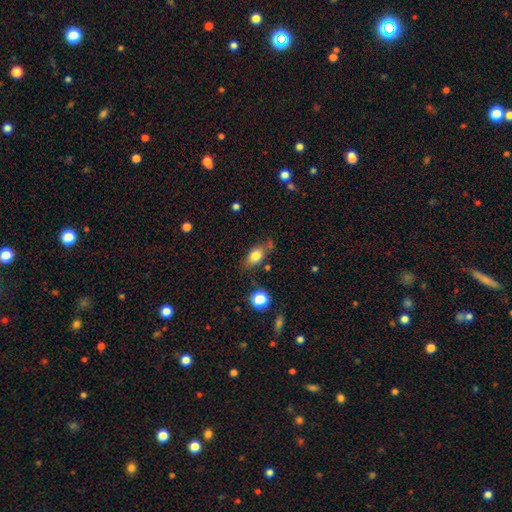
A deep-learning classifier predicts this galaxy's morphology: This is likely a smooth galaxy (78%). How rounded: likely in between (76%). Merging: likely none (68%).